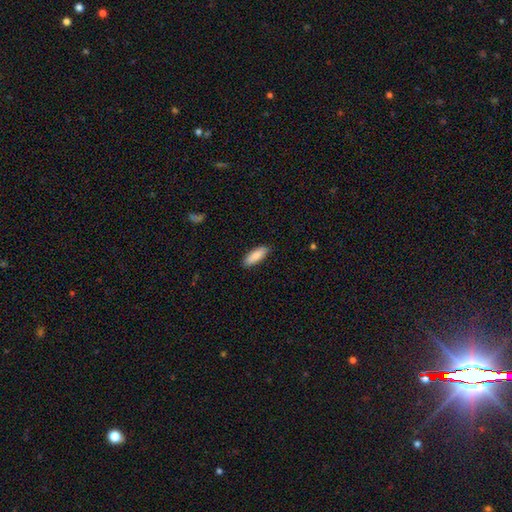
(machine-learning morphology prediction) Smooth or featured: smooth — 89% (featured or disk — 6%)
How rounded: in between — 61% (cigar-shaped — 37%)
Merging: none — 89% (minor disturbance — 9%)